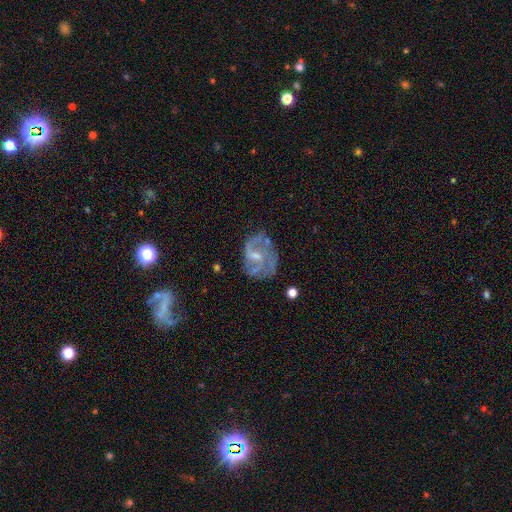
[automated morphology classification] A featured or disk galaxy (79%) with a weak bar (47%), 2 (44%) medium (44%) spiral arms (85%) and a small central bulge (50%). Merging: none (55%).